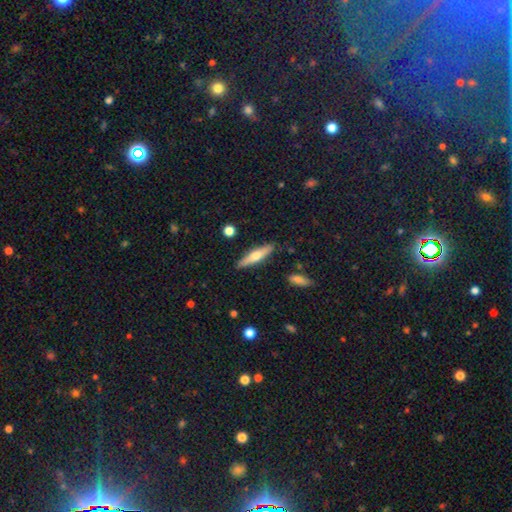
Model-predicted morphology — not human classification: Smooth or featured: smooth — 49% (featured or disk — 45%)
Merging: none — 88% (minor disturbance — 9%)